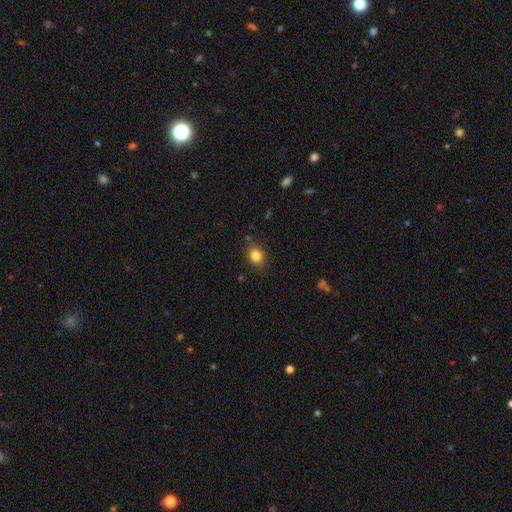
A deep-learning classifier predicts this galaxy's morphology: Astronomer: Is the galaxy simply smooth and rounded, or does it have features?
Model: smooth — 83%.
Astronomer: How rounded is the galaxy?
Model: round — 50% (runner-up: in between, 49%).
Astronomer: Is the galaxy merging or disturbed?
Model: none — 83%.